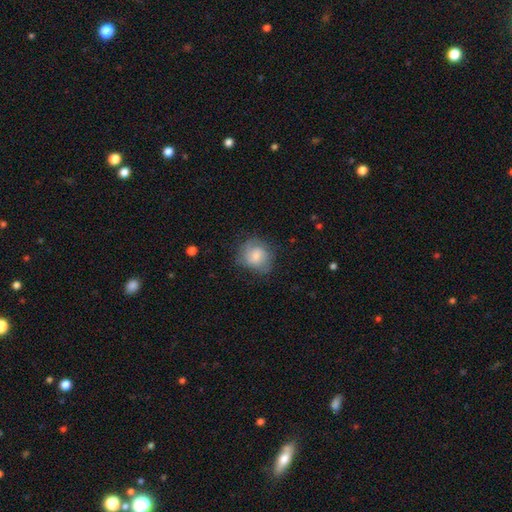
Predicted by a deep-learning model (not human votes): Morphology: type=smooth (59%); roundness=round (75%); merging=none (65%).